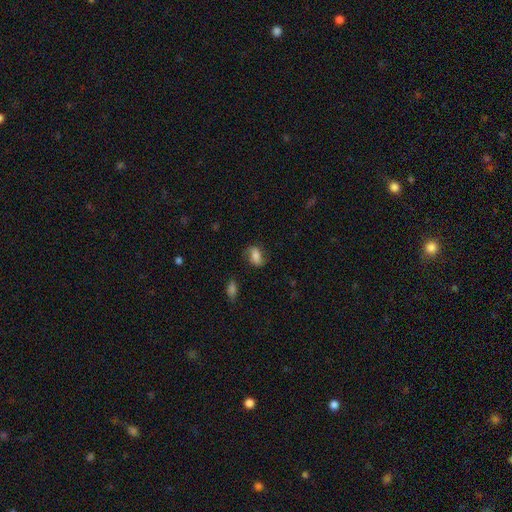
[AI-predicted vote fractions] The model was most divided on "smooth or featured": smooth: 65%, featured or disk: 26%, star or artifact: 9%. More confident: how rounded — in between (81%); merging — none (67%).